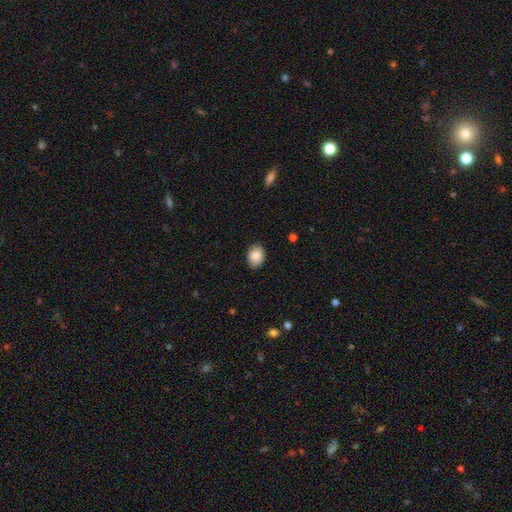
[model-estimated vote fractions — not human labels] A smooth galaxy with no disk features (87%) that is in between round and cigar-shaped (75%).

Vote fractions:
- Smooth or featured? smooth: 87% / star or artifact: 7% / featured or disk: 5%
- How rounded? in between: 75% / round: 25% / cigar-shaped: 1%
- Merging? none: 88% / minor disturbance: 9% / major disturbance: 2% / merger: 1%